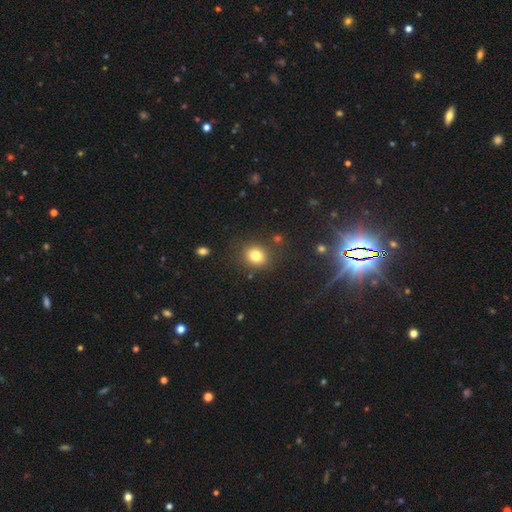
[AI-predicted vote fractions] smooth-or-featured: smooth: 81% | star or artifact: 12% | featured or disk: 7%
  how-rounded: round: 68% | in between: 31% | cigar-shaped: 1%
  merging: none: 83% | minor disturbance: 10% | major disturbance: 4% | merger: 3%